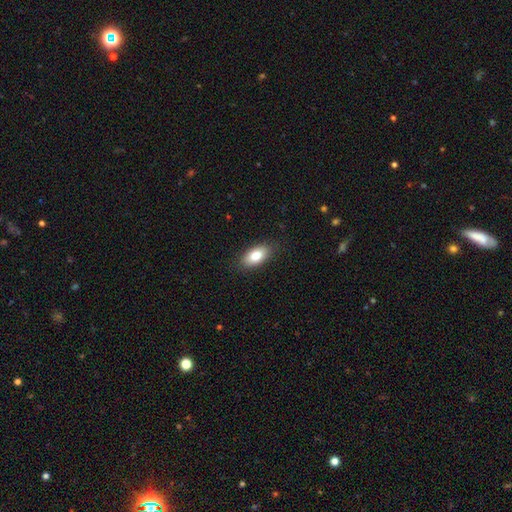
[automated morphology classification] This is clearly a smooth galaxy (83%). How rounded: clearly in between (91%). Merging: clearly none (86%).